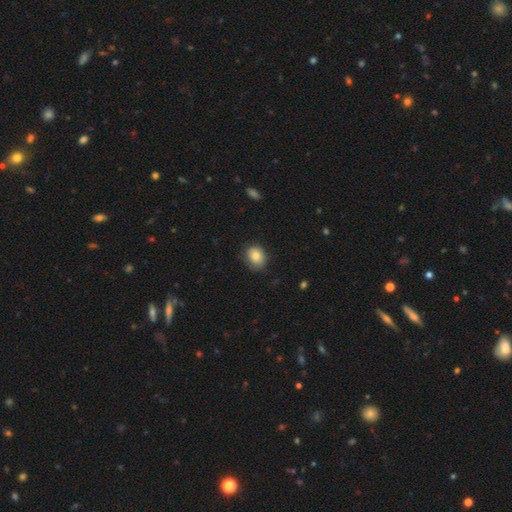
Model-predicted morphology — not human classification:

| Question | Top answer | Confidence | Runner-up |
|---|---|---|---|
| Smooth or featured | smooth | 81% | featured or disk (10%) |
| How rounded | in between | 52% | round (47%) |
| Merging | none | 77% | minor disturbance (18%) |